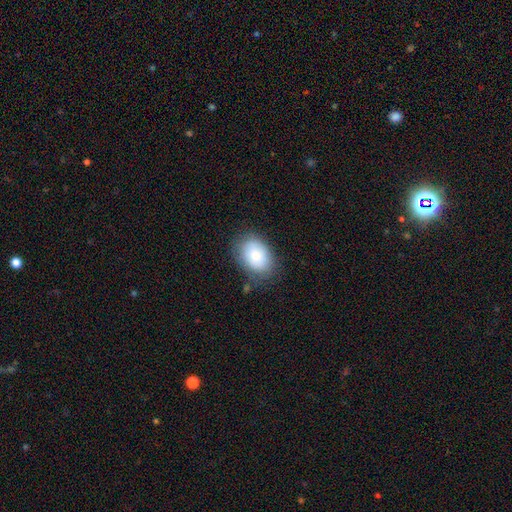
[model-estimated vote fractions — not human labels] smooth_or_featured: smooth (p=0.80) [alt: featured or disk p=0.12]
how_rounded: in between (p=0.77) [alt: round p=0.22]
merging: none (p=0.74) [alt: minor disturbance p=0.19]